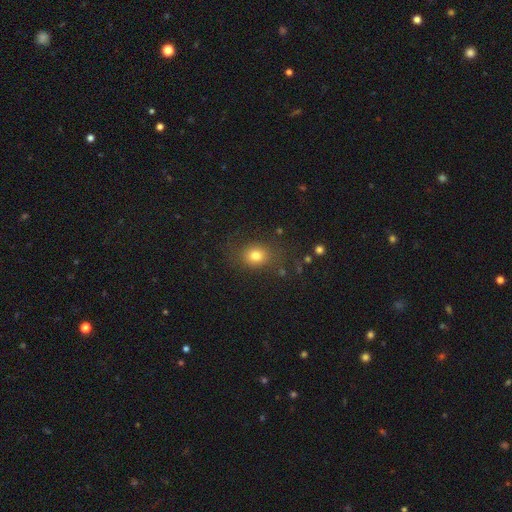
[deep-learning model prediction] This is likely a smooth galaxy (77%). How rounded: possibly round (58%). Merging: likely none (78%).